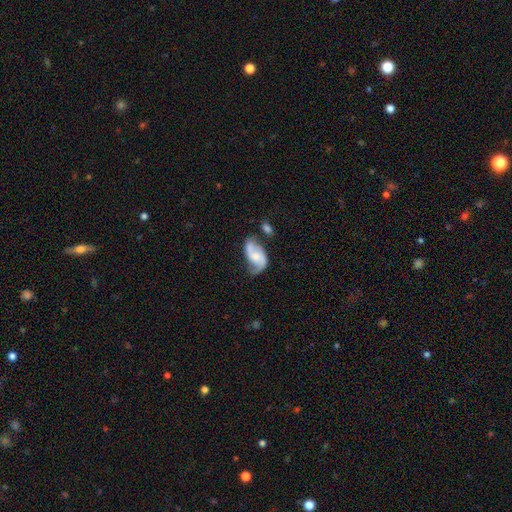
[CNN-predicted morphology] This is likely a featured or disk galaxy (71%). It is clearly not viewed edge-on (97%). Bar: possibly no (57%). Spiral arm pattern: clearly yes (92%). Spiral arm count: clearly 2 (86%). Spiral winding: possibly loose (47%). Central bulge: marginally small (42%). Merging: possibly none (49%).